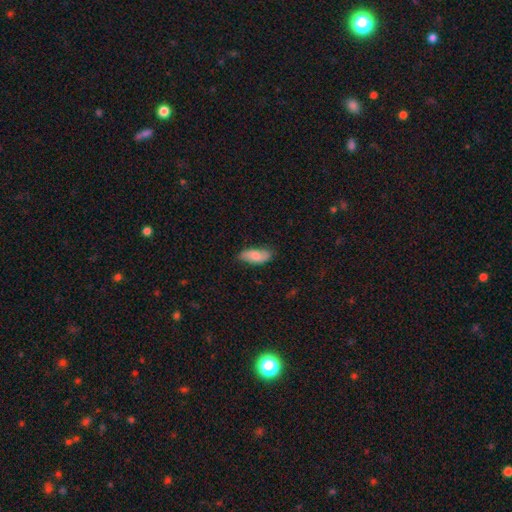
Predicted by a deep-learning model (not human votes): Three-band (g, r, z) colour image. It shows a smooth galaxy with no disk features (69%) that is in between round and cigar-shaped (85%). Merging: none (72%).